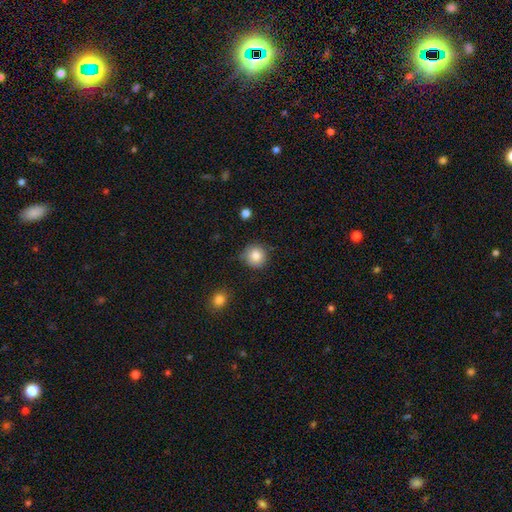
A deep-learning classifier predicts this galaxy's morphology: A smooth galaxy with no disk features (84%) that is round (93%). Merging: none (78%).